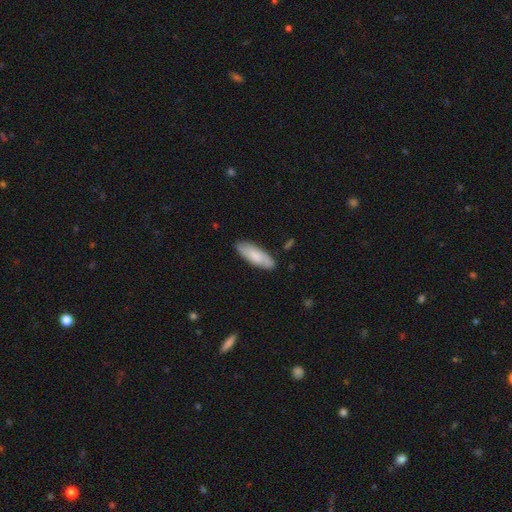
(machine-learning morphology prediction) type=smooth (73%); roundness=in between (60%); merging=none (85%).